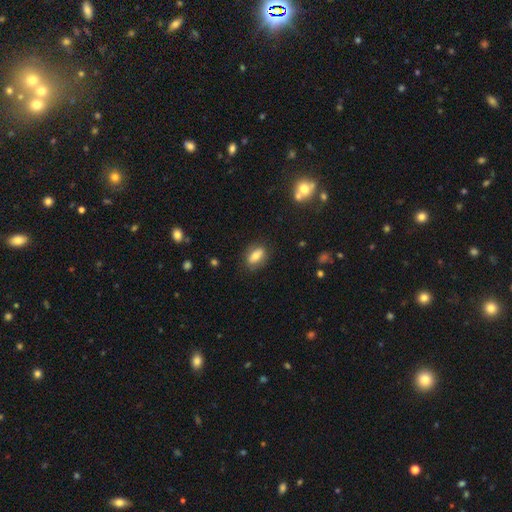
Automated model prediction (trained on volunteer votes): The model was most divided on "smooth or featured": smooth: 71%, featured or disk: 20%, star or artifact: 8%. More confident: how rounded — in between (84%); merging — none (81%).